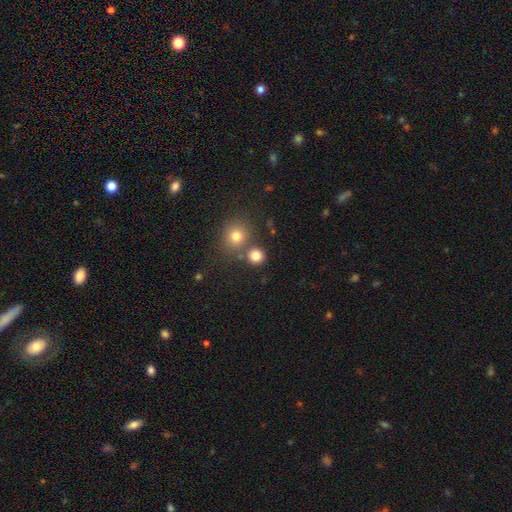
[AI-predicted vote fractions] smooth-or-featured: smooth: 80% | star or artifact: 14% | featured or disk: 6%
  how-rounded: round: 87% | in between: 12% | cigar-shaped: 1%
  merging: none: 73% | merger: 17% | minor disturbance: 7% | major disturbance: 3%